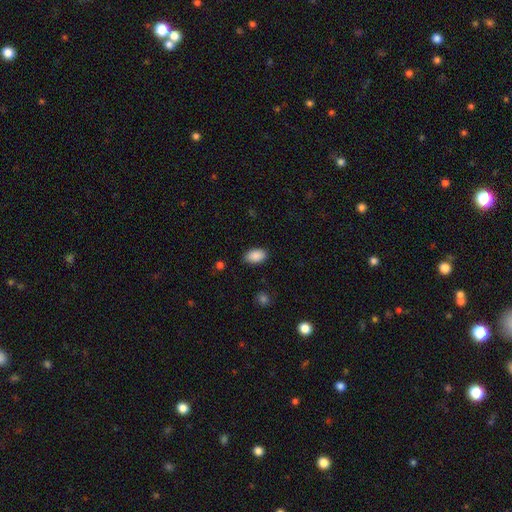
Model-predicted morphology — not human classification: type=smooth (89%); roundness=in between (93%); merging=none (87%).